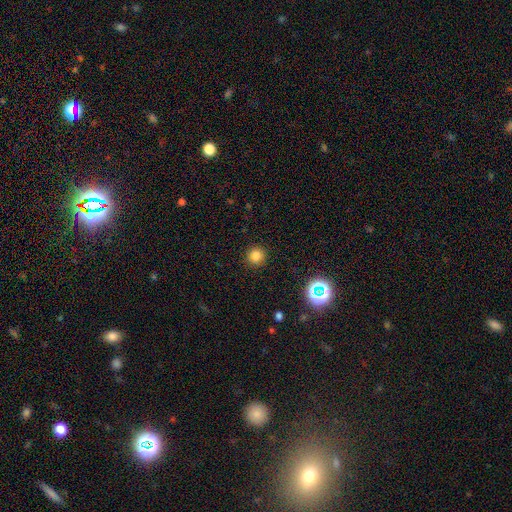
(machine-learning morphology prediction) Overall: smooth (81%). How rounded: round (94%). Merging: none (91%).